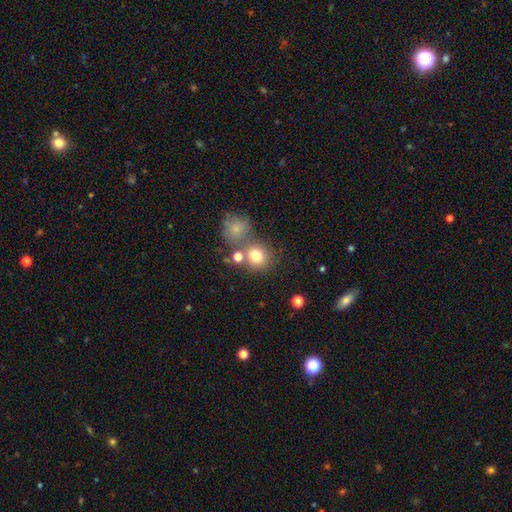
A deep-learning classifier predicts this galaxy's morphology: Overall: smooth (76%). How rounded: round (82%). Merging: none (59%; merger 25%).